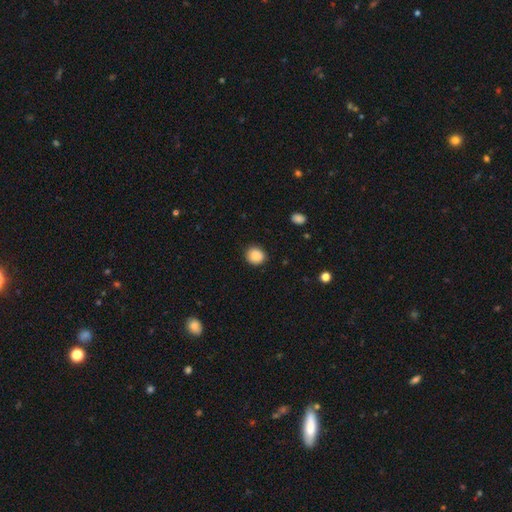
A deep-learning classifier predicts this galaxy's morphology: Smooth or featured: smooth — 87% (star or artifact — 9%)
How rounded: round — 85% (in between — 14%)
Merging: none — 89% (minor disturbance — 8%)